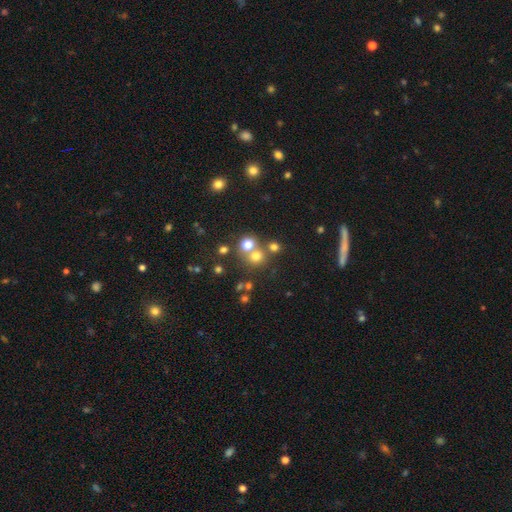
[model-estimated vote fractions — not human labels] Smooth or featured? Predicted: smooth (p=0.68). How rounded? Predicted: round (p=0.86). Merging? Predicted: none (p=0.57).